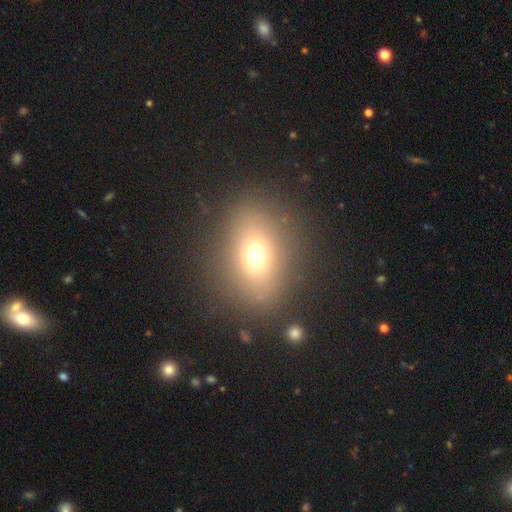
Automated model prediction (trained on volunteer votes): Smooth or featured: smooth — 67% (star or artifact — 17%)
How rounded: in between — 57% (round — 41%)
Merging: none — 83% (minor disturbance — 10%)